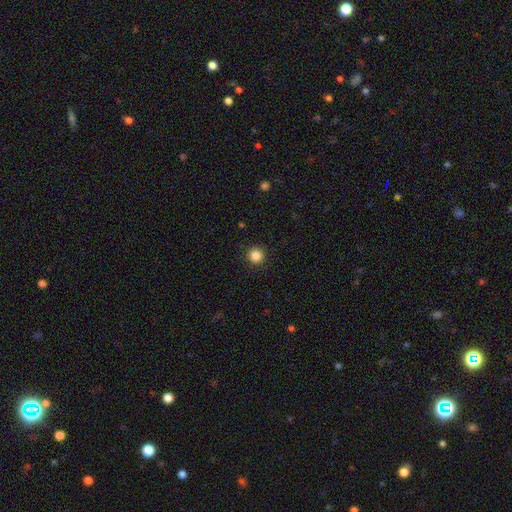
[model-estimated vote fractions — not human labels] A smooth galaxy with no disk features (86%) that is round (96%). Merging: none (92%).